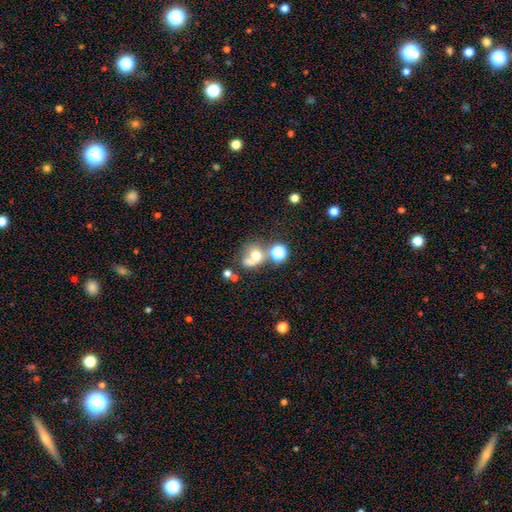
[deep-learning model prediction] Overall: smooth (59%; featured or disk 24%). How rounded: round (66%; in between 33%). Merging: merger (43%; none 29%).